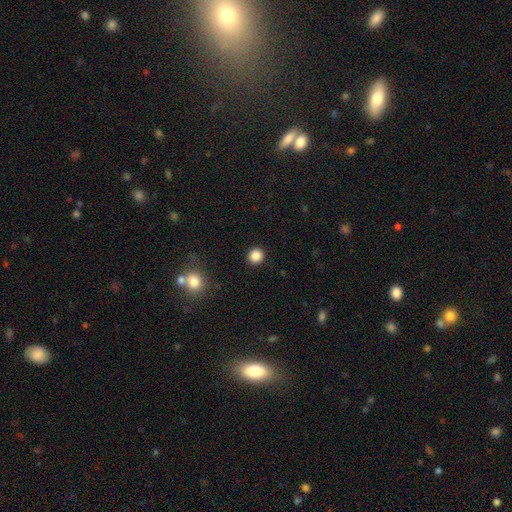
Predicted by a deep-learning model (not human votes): Smooth or featured? Predicted: smooth (p=0.86). How rounded? Predicted: round (p=0.91). Merging? Predicted: none (p=0.92).